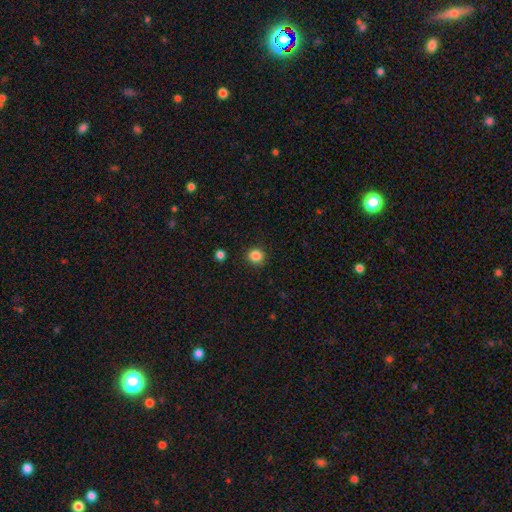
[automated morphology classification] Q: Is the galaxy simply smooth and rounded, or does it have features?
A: smooth — 85%.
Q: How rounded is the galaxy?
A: round — 91%.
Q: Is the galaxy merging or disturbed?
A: none — 91%.